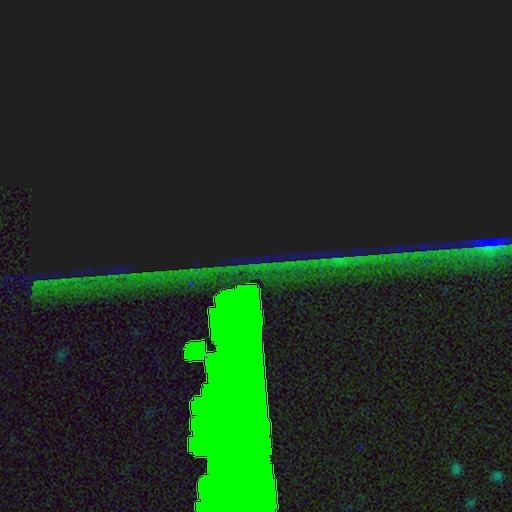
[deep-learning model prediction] The model was most divided on "smooth or featured": star or artifact: 73%, featured or disk: 17%, smooth: 10%.